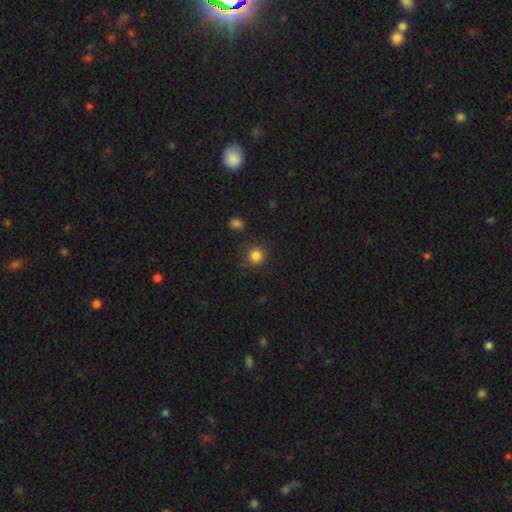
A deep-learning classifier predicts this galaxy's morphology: Overall: smooth (83%). How rounded: round (93%). Merging: none (82%).